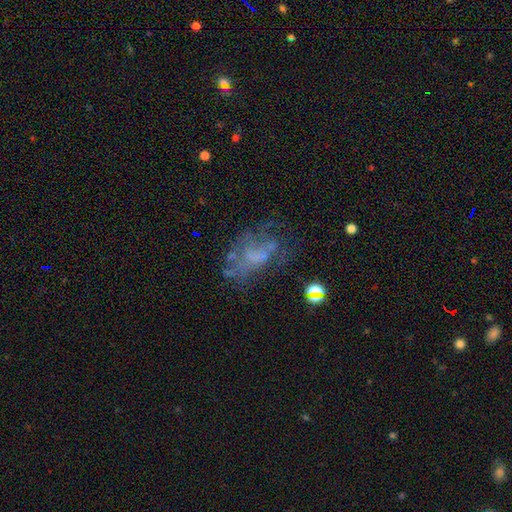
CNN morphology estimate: Smooth or featured: featured or disk — 54% (smooth — 26%)
Edge-on disk: no — 96% (yes — 4%)
Bar: no — 82% (weak — 14%)
Spiral arms: no — 77% (yes — 23%)
Bulge size: none — 68% (small — 15%)
Merging: none — 41% (major disturbance — 32%)